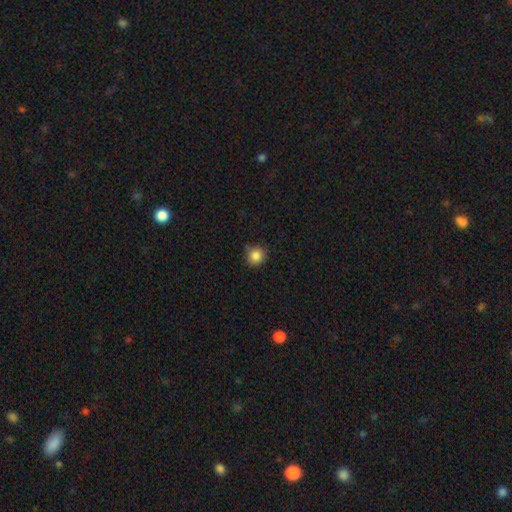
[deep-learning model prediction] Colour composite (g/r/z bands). It shows a smooth galaxy with no disk features (86%) that is round (91%). Merging: none (84%).